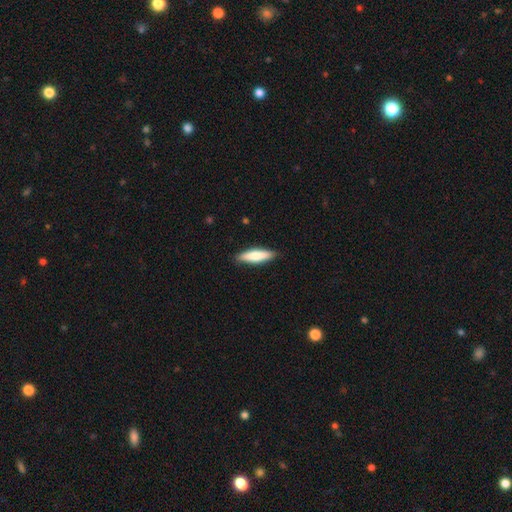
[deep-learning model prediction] Overall: smooth (73%). How rounded: cigar-shaped (65%; in between 33%). Merging: none (89%).